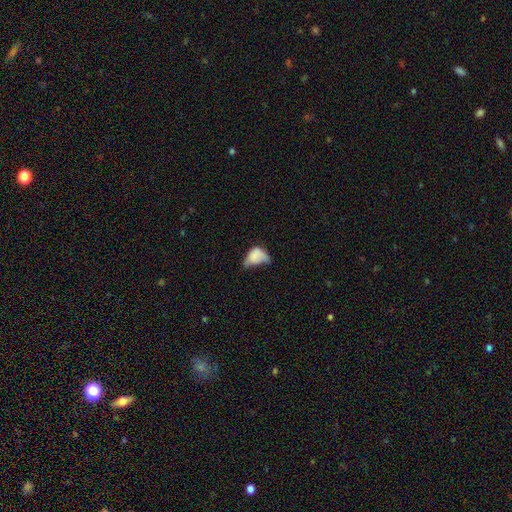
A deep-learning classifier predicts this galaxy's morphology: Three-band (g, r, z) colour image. It shows a smooth galaxy with no disk features (71%) that is in between round and cigar-shaped (83%). Merging: major disturbance (38%).